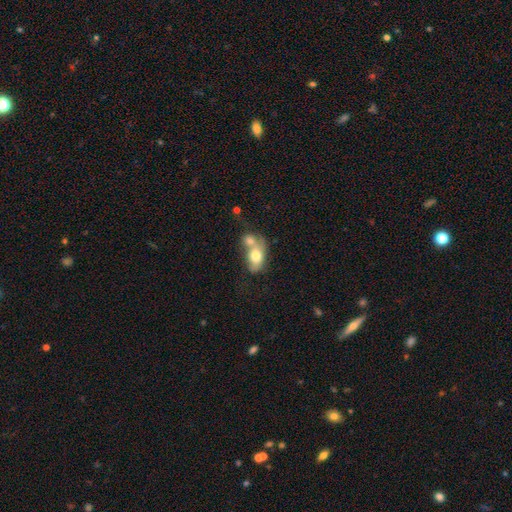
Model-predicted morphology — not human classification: Q: Smooth or featured?
A: smooth (72%); runner-up: featured or disk (21%)
Q: How rounded?
A: in between (76%); runner-up: round (21%)
Q: Merging?
A: merger (64%); runner-up: none (19%)